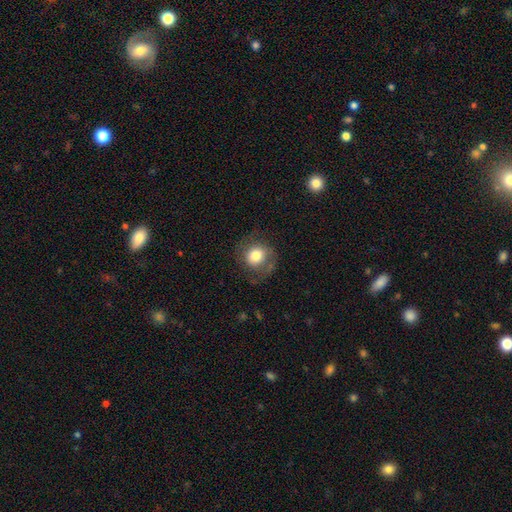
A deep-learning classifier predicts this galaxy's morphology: This appears to be a smooth galaxy with no disk features (71%) that is round (81%). Merging: none (68%).